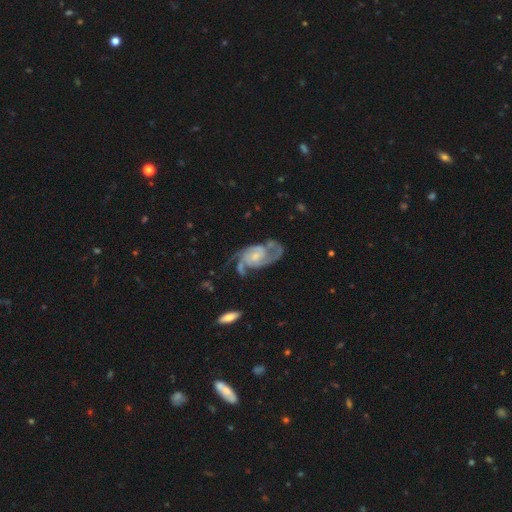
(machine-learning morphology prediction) Q: Smooth or featured?
A: featured or disk (89%); runner-up: smooth (6%)
Q: Edge-on disk?
A: no (97%); runner-up: yes (3%)
Q: Bar?
A: no (59%); runner-up: weak (34%)
Q: Spiral arms?
A: yes (96%); runner-up: no (4%)
Q: Spiral winding?
A: medium (49%); runner-up: tight (35%)
Q: Spiral arm count?
A: 2 (61%); runner-up: 3 (17%)
Q: Bulge size?
A: small (55%); runner-up: moderate (31%)
Q: Merging?
A: none (49%); runner-up: major disturbance (23%)